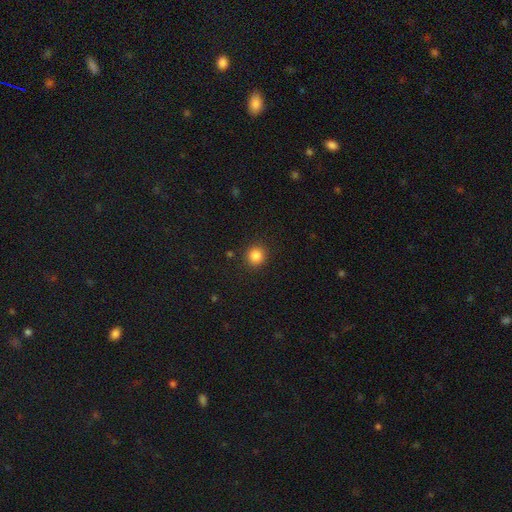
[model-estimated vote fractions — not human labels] A smooth galaxy with no disk features (84%) that is round (90%). Merging: none (90%).